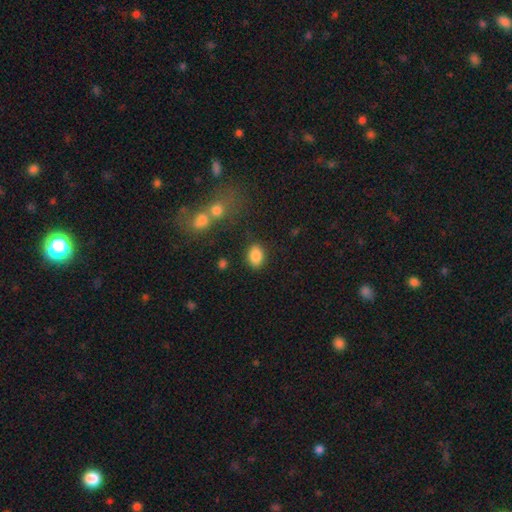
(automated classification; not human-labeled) This is clearly a smooth galaxy (87%). How rounded: likely in between (78%). Merging: clearly none (83%).